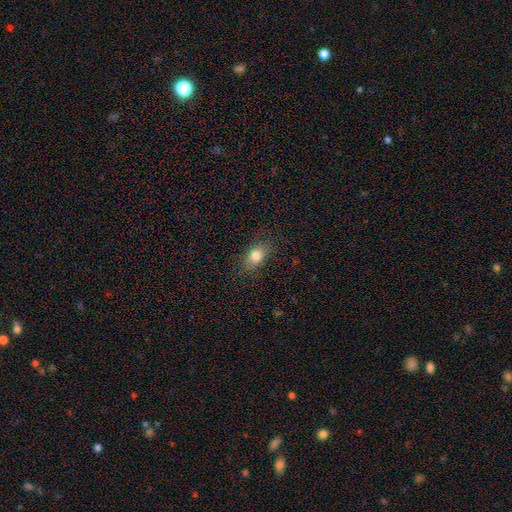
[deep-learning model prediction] Smooth or featured? smooth (80%)
How rounded? in between (78%)
Merging? none (84%)